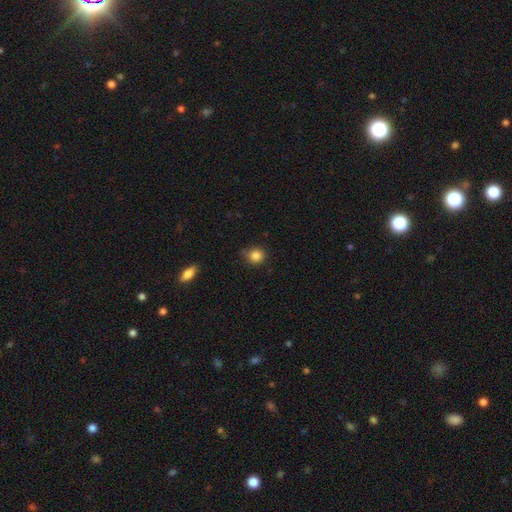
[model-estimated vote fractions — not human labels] Smooth or featured: smooth — 85% (star or artifact — 11%)
How rounded: round — 87% (in between — 12%)
Merging: none — 73% (minor disturbance — 21%)